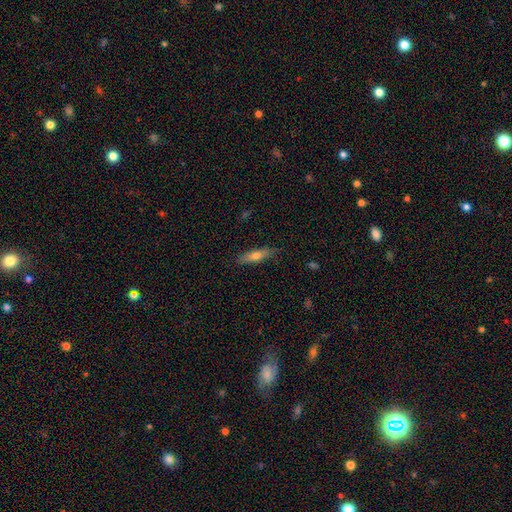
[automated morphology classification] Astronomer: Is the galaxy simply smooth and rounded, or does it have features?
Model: smooth — 62%.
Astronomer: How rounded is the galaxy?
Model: cigar-shaped — 73%.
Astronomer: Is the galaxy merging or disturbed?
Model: none — 83%.